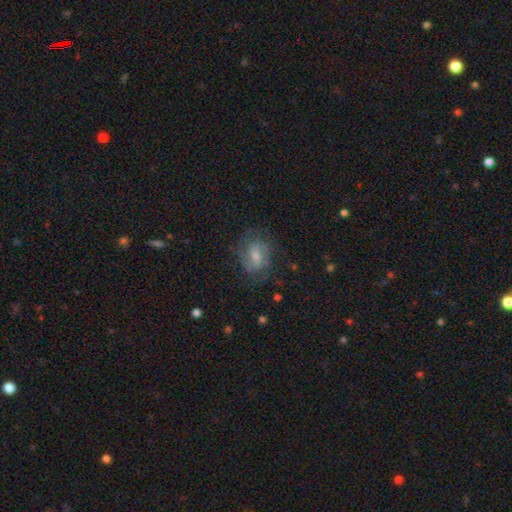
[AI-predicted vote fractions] Morphology: type=featured or disk (70%); edge-on=no (97%); bar=weak (53%); spiral arms=yes (92%); winding=medium (47%); arm count=2 (67%); bulge=small (42%, tied with moderate); merging=none (75%).